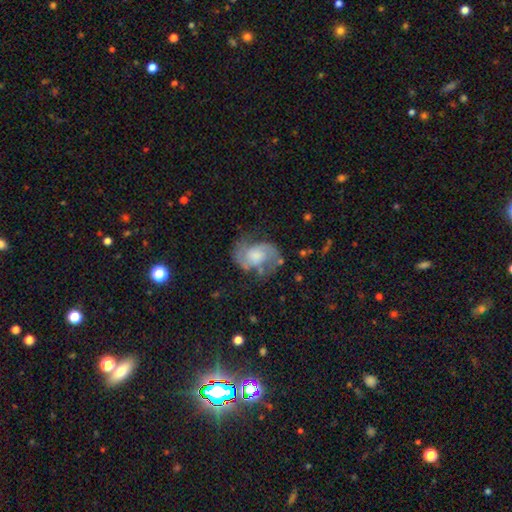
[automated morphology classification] Smooth or featured? featured or disk (80%)
Edge-on disk? no (98%)
Bar? no (63%)
Spiral arms? yes (94%)
Spiral winding? medium (53%)
Spiral arm count? 2 (91%)
Bulge size? moderate (29%)
Merging? none (63%)